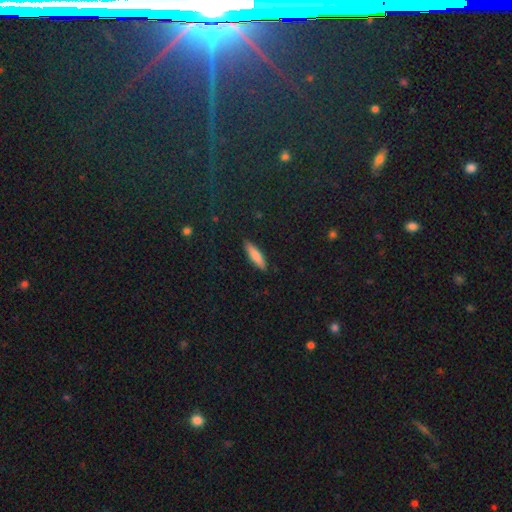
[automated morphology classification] smooth_or_featured: smooth (p=0.75) [alt: featured or disk p=0.19]
how_rounded: cigar-shaped (p=0.76) [alt: in between p=0.22]
merging: none (p=0.89) [alt: minor disturbance p=0.08]